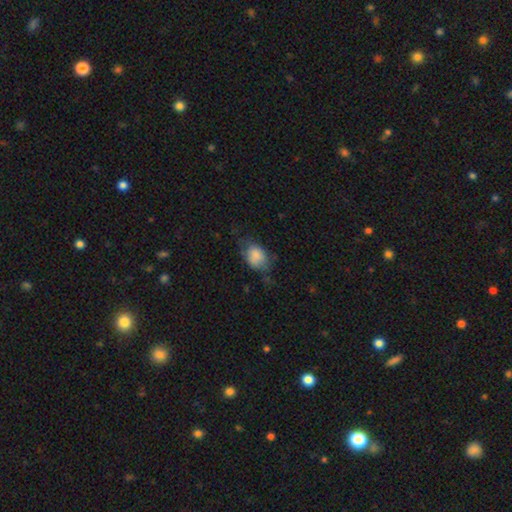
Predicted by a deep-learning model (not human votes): A smooth galaxy with no disk features (81%) that is in between round and cigar-shaped (74%). Merging: none (48%).